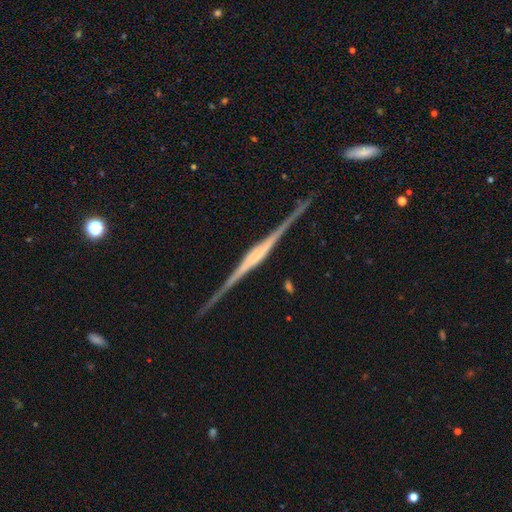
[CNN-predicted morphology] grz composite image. It shows a featured or disk galaxy (88%) viewed edge-on (99%) with a boxy central bulge (47%). Merging: none (89%).